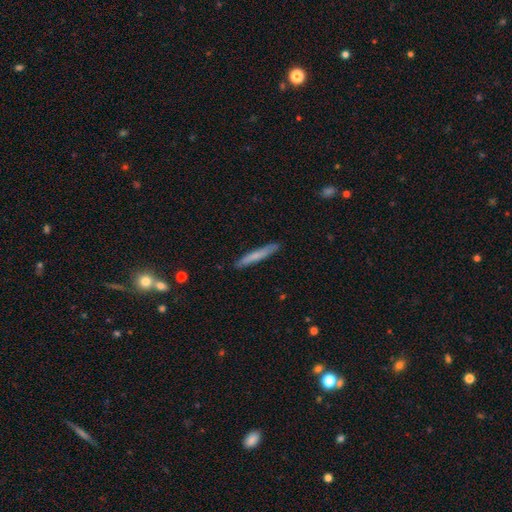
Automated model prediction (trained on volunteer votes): The model was most divided on "smooth or featured": smooth: 68%, featured or disk: 26%, star or artifact: 6%. More confident: how rounded — cigar-shaped (96%); merging — none (90%).